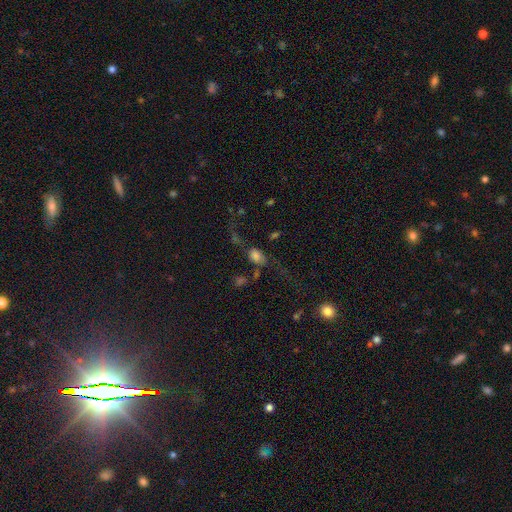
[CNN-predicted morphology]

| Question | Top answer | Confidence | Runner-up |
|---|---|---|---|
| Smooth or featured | smooth | 63% | featured or disk (22%) |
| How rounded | in between | 81% | round (14%) |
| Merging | none | 43% | major disturbance (28%) |